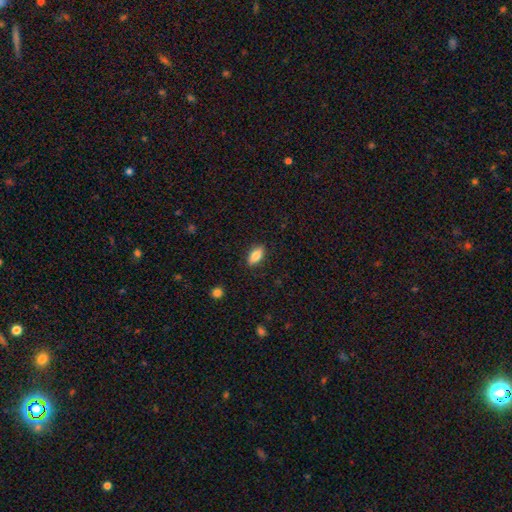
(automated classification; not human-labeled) smooth-or-featured: smooth: 78% | featured or disk: 15% | star or artifact: 7%
  how-rounded: in between: 80% | cigar-shaped: 17% | round: 3%
  merging: none: 87% | minor disturbance: 9% | major disturbance: 2% | merger: 1%